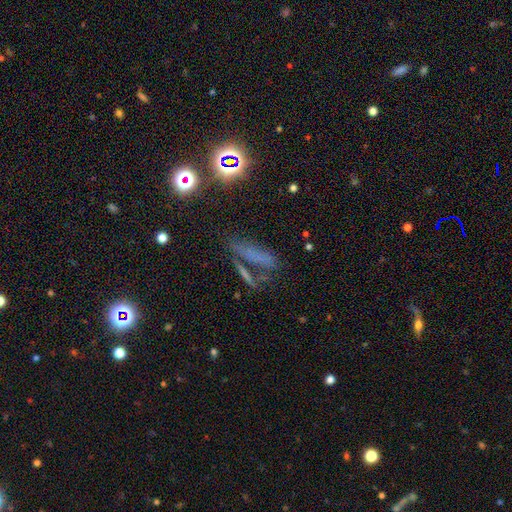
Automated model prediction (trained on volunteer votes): Smooth or featured? smooth (41%)
Merging? none (52%)